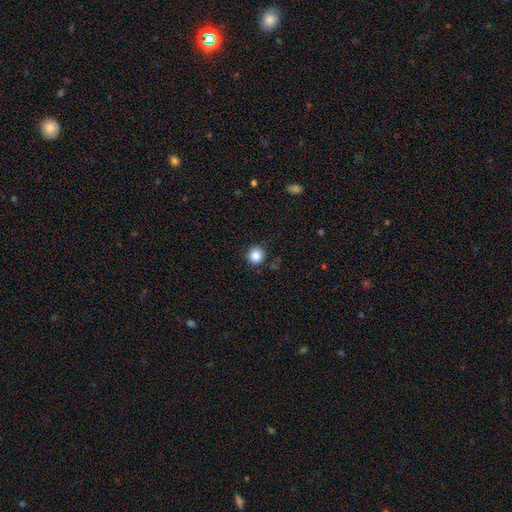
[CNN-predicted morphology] This appears to be a smooth galaxy with no disk features (86%) that is round (93%). Merging: none (88%).